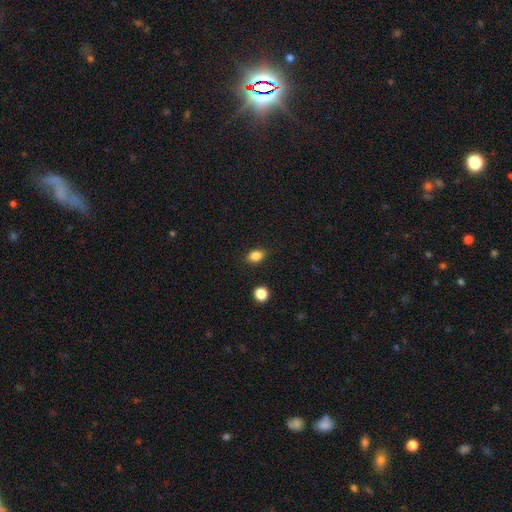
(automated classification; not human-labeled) Q: Smooth or featured?
A: smooth (85%); runner-up: star or artifact (10%)
Q: How rounded?
A: in between (71%); runner-up: round (28%)
Q: Merging?
A: none (84%); runner-up: minor disturbance (11%)